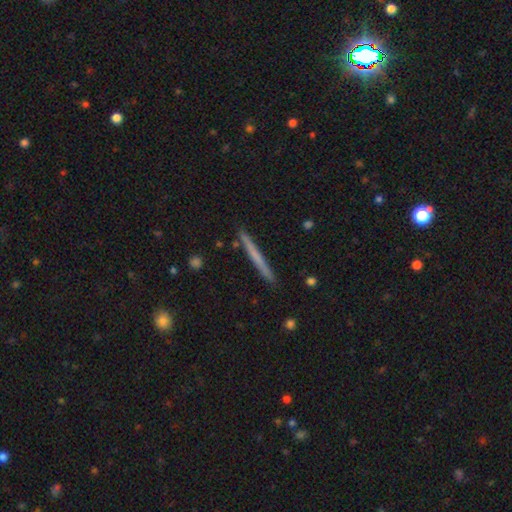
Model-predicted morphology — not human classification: smooth_or_featured: smooth (p=0.55) [alt: featured or disk p=0.40]
how_rounded: cigar-shaped (p=0.97) [alt: in between p=0.02]
merging: none (p=0.91) [alt: minor disturbance p=0.06]